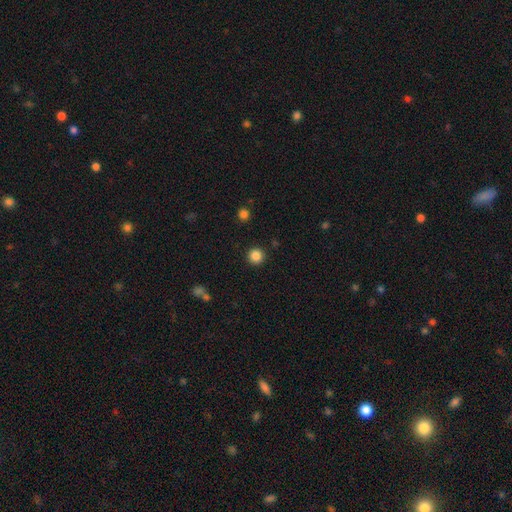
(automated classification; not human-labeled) Smooth or featured?
  - smooth: 86% *
  - star or artifact: 11%
  - featured or disk: 3%
How rounded?
  - round: 96% *
  - in between: 3%
  - cigar-shaped: 1%
Merging?
  - none: 92% *
  - minor disturbance: 5%
  - major disturbance: 2%
  - merger: 1%